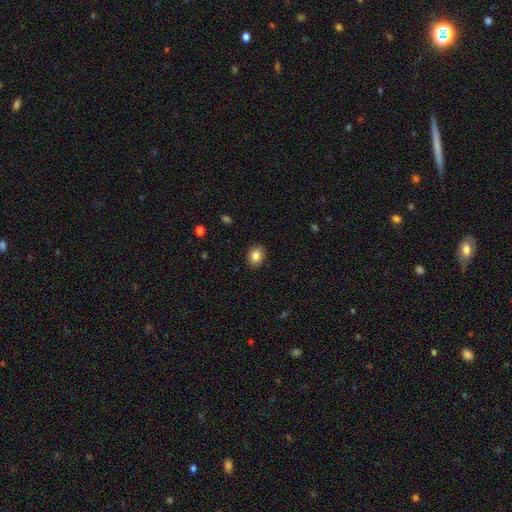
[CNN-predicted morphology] smooth-or-featured: smooth: 85% | star or artifact: 9% | featured or disk: 7%
  how-rounded: round: 50% | in between: 49% | cigar-shaped: 1%
  merging: none: 89% | minor disturbance: 8% | major disturbance: 2% | merger: 1%